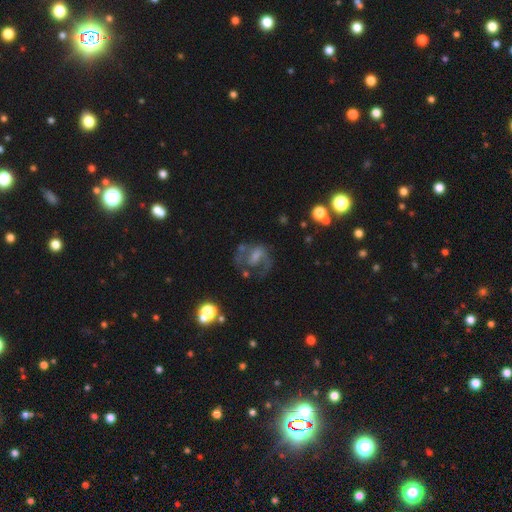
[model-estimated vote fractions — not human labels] featured or disk 68%, smooth 21%, star or artifact 11%. Down the decision tree: edge-on disk — no (97%); bar — weak (45%); spiral arms — yes (77%); spiral arm count — 2 (62%); spiral winding — medium (49%); bulge size — none (33%); merging — none (49%).